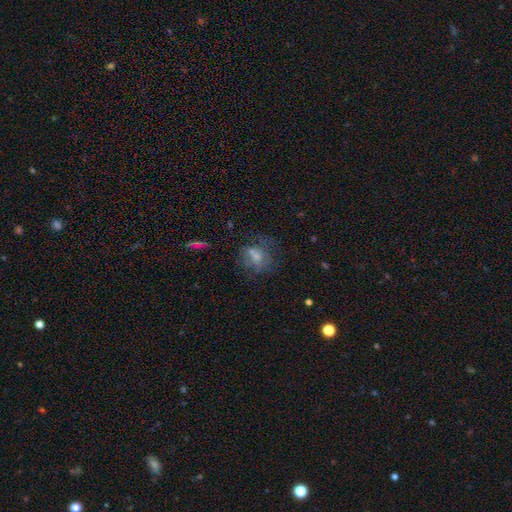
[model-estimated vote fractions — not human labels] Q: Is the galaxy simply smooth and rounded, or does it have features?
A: smooth — 49%.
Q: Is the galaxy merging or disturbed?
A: none — 46%.